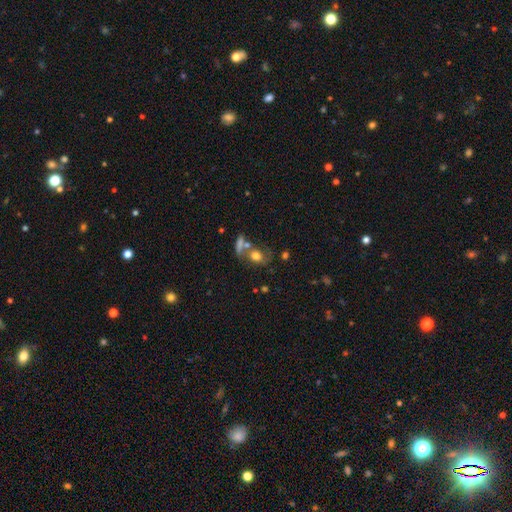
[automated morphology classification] smooth_or_featured: smooth (p=0.69) [alt: featured or disk p=0.20]
how_rounded: round (p=0.50) [alt: in between p=0.47]
merging: none (p=0.45) [alt: merger p=0.31]